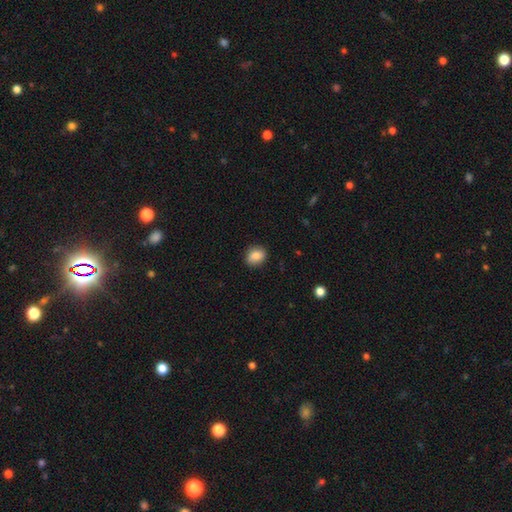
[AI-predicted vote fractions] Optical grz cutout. It shows a smooth galaxy with no disk features (85%) that is round (49%, tied with in between). Merging: none (87%).